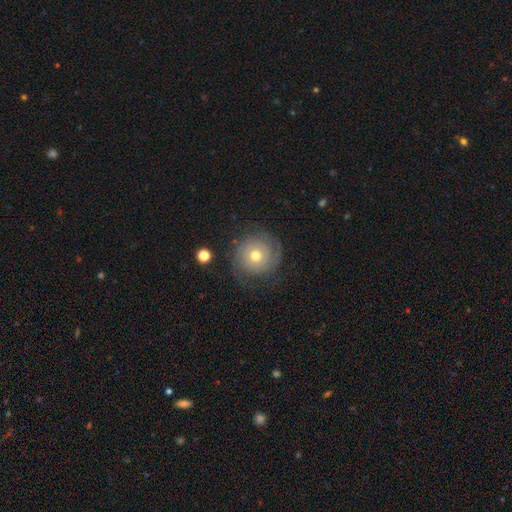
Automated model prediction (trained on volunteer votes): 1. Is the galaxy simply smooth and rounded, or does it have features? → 68% featured or disk, 23% smooth, 8% star or artifact.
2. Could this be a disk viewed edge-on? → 97% no, 3% yes.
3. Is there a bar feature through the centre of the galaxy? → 83% no, 14% weak, 3% strong.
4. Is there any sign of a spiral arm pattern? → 88% yes, 12% no.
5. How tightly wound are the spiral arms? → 71% tight, 21% medium, 8% loose.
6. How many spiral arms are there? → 56% 2, 21% can't tell, 8% 1, 8% 3, 3% 4, 3% more than 4.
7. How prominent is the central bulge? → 73% moderate, 21% small, 5% large, 1% dominant, 1% none.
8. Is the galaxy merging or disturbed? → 76% none, 14% minor disturbance, 8% major disturbance, 1% merger.